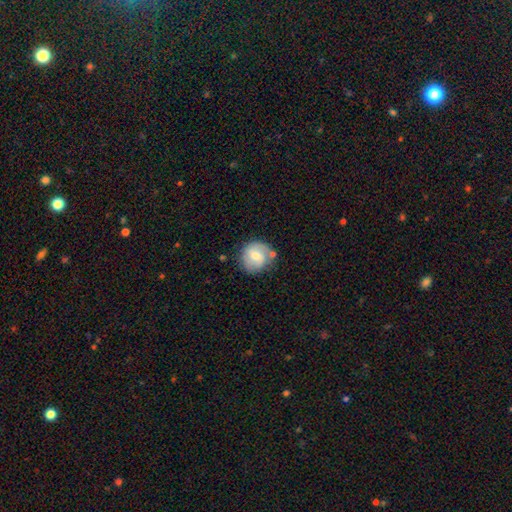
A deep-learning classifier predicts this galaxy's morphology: Smooth or featured? Predicted: smooth (p=0.53). How rounded? Predicted: round (p=0.87). Merging? Predicted: none (p=0.68).